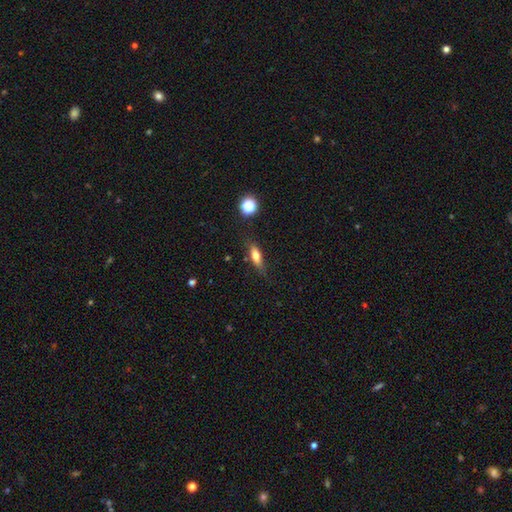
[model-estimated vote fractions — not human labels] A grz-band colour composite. It shows a smooth galaxy with no disk features (66%) that is in between round and cigar-shaped (55%). Merging: none (75%).